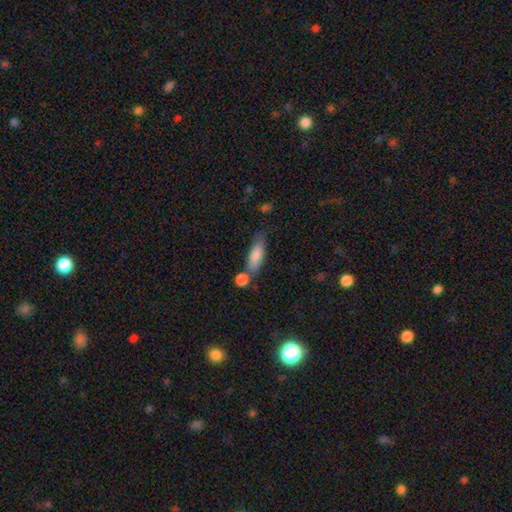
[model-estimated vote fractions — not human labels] A smooth galaxy with no disk features (82%) that is in between round and cigar-shaped (61%).

Vote fractions:
- Smooth or featured? smooth: 82% / featured or disk: 12% / star or artifact: 6%
- How rounded? in between: 61% / cigar-shaped: 36% / round: 3%
- Merging? none: 55% / merger: 20% / minor disturbance: 18% / major disturbance: 6%